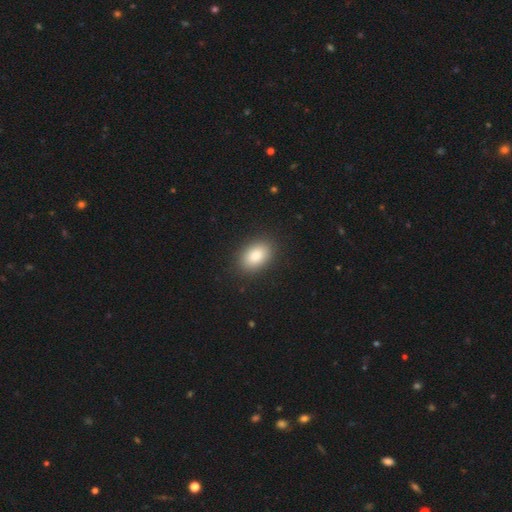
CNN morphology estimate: Smooth or featured? smooth (86%)
How rounded? in between (87%)
Merging? none (88%)